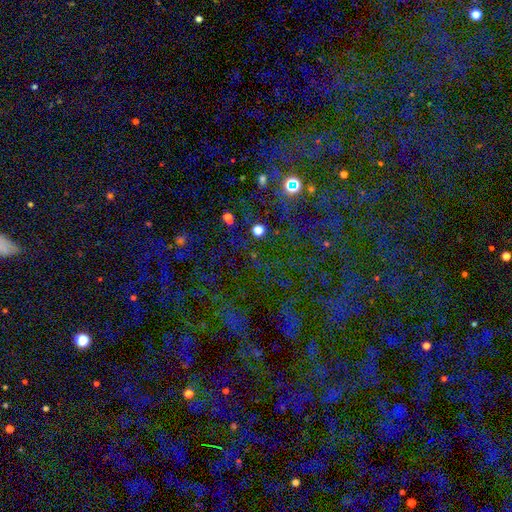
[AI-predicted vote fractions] star or artifact 75%, smooth 15%, featured or disk 10%.